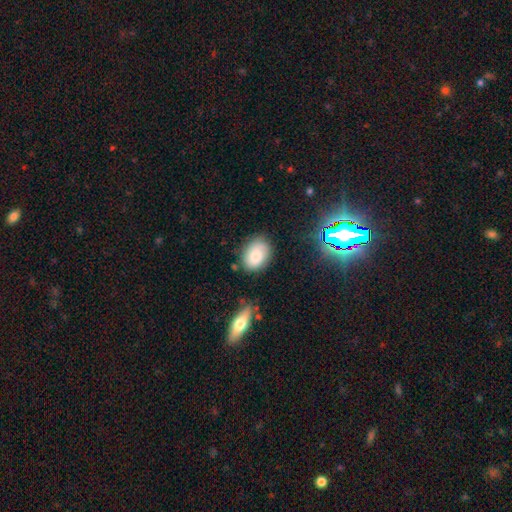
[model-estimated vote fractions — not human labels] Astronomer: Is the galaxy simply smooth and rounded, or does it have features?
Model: smooth — 75%.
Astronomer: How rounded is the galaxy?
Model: in between — 75%.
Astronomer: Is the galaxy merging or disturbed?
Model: none — 72%.